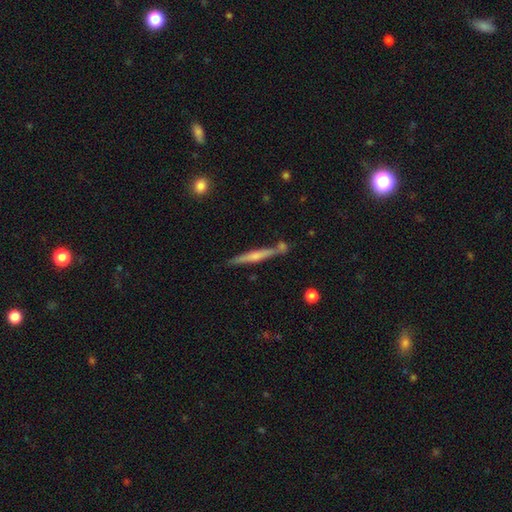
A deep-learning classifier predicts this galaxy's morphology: A featured or disk galaxy (54%) viewed edge-on (96%) with a rounded central bulge (53%). Merging: none (75%).